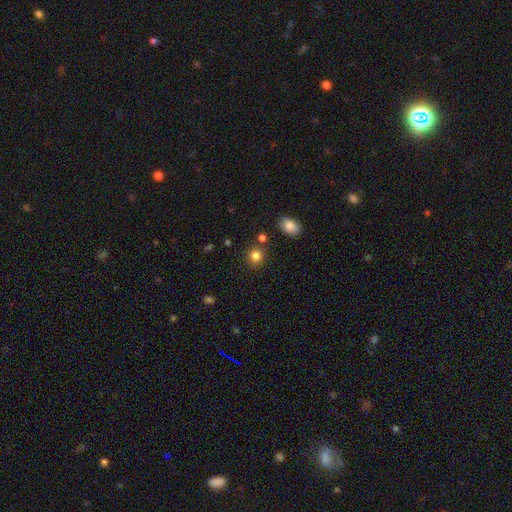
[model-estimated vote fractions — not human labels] smooth-or-featured: smooth: 83% | star or artifact: 12% | featured or disk: 5%
  how-rounded: round: 85% | in between: 14% | cigar-shaped: 1%
  merging: none: 84% | minor disturbance: 8% | merger: 6% | major disturbance: 3%